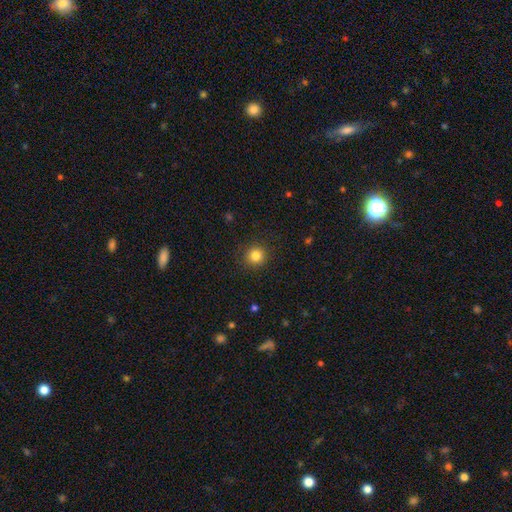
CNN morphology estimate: A smooth galaxy with no disk features (83%) that is round (94%). Merging: none (90%).